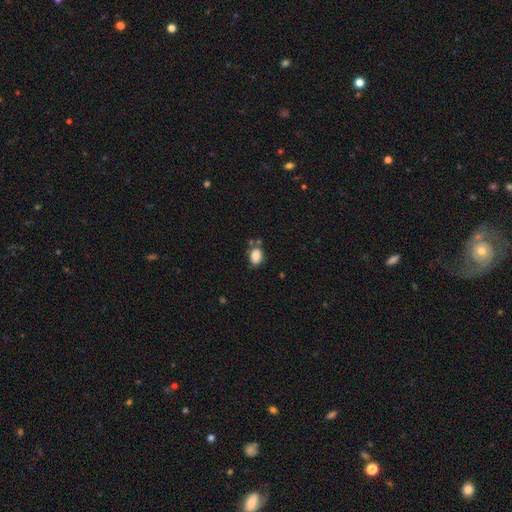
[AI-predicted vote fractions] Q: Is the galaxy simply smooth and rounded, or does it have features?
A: smooth — 84%.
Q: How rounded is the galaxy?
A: in between — 74%.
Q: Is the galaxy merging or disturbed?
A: none — 61%.